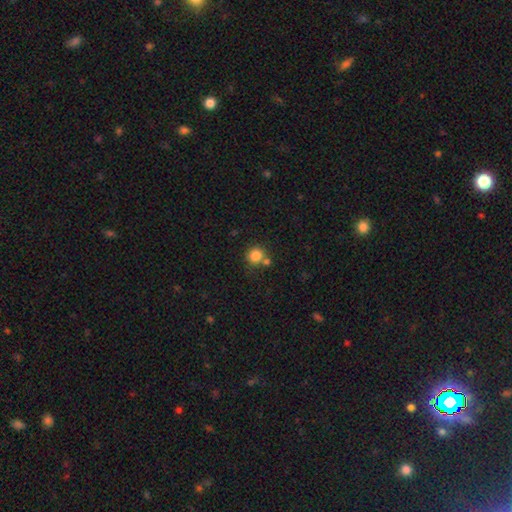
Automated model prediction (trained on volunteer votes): Smooth or featured?
  - smooth: 83% *
  - star or artifact: 11%
  - featured or disk: 6%
How rounded?
  - round: 90% *
  - in between: 9%
  - cigar-shaped: 1%
Merging?
  - none: 64% *
  - merger: 24%
  - minor disturbance: 9%
  - major disturbance: 3%